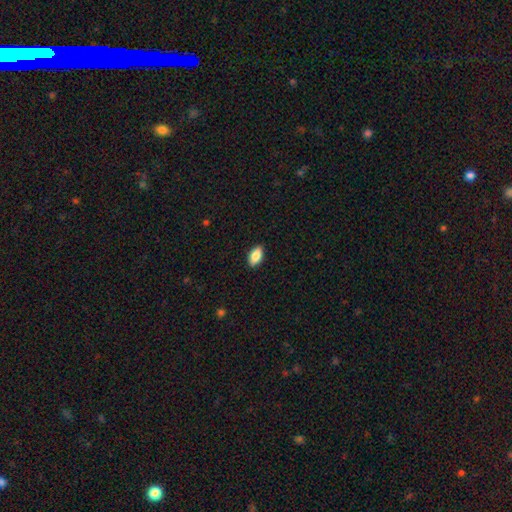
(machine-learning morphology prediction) This appears to be a smooth galaxy with no disk features (85%) that is in between round and cigar-shaped (92%). Merging: none (89%).